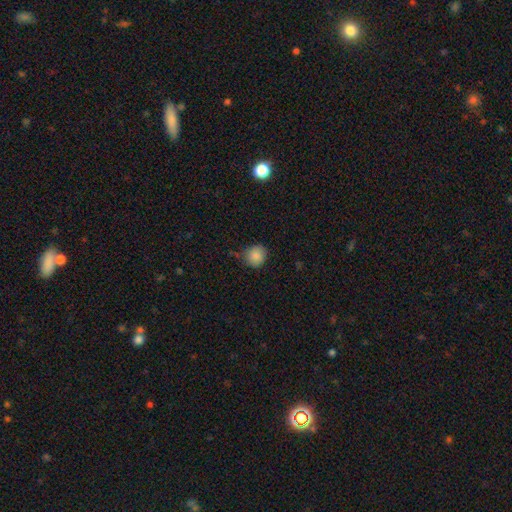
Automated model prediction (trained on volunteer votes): smooth 86%, star or artifact 9%, featured or disk 5%. Down the decision tree: how rounded — round (87%); merging — none (73%).